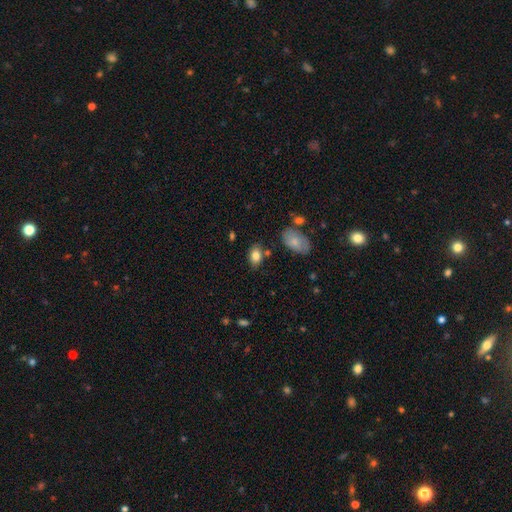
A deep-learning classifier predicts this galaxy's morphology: This appears to be a smooth galaxy with no disk features (82%) that is in between round and cigar-shaped (83%). Merging: none (75%).